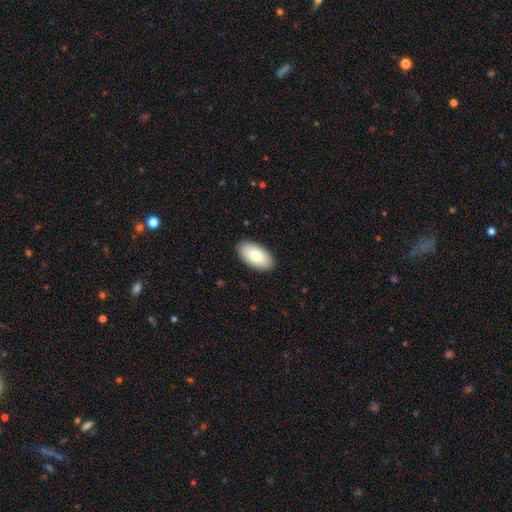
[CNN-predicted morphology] smooth-or-featured: smooth: 82% | featured or disk: 13% | star or artifact: 6%
  how-rounded: in between: 96% | cigar-shaped: 2% | round: 2%
  merging: none: 90% | minor disturbance: 8% | major disturbance: 2% | merger: 1%